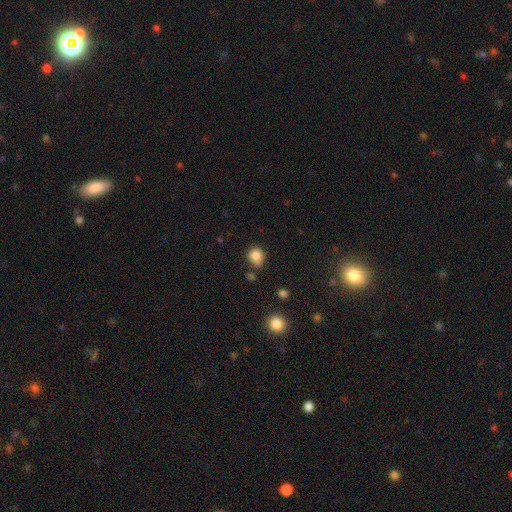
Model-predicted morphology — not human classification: smooth-or-featured: smooth: 84% | star or artifact: 11% | featured or disk: 5%
  how-rounded: round: 73% | in between: 26% | cigar-shaped: 1%
  merging: none: 59% | minor disturbance: 28% | merger: 7% | major disturbance: 6%